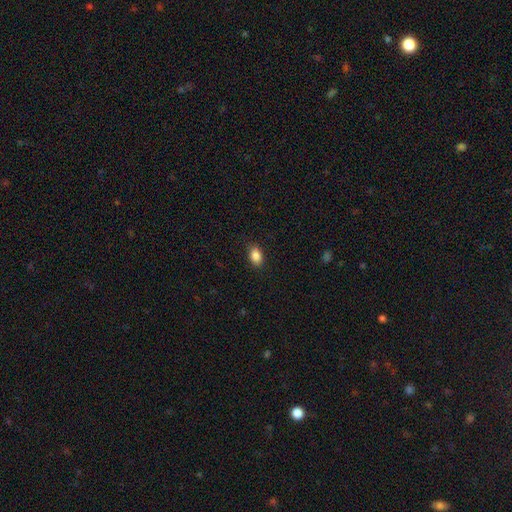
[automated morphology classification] Smooth or featured? smooth (87%)
How rounded? in between (80%)
Merging? none (87%)